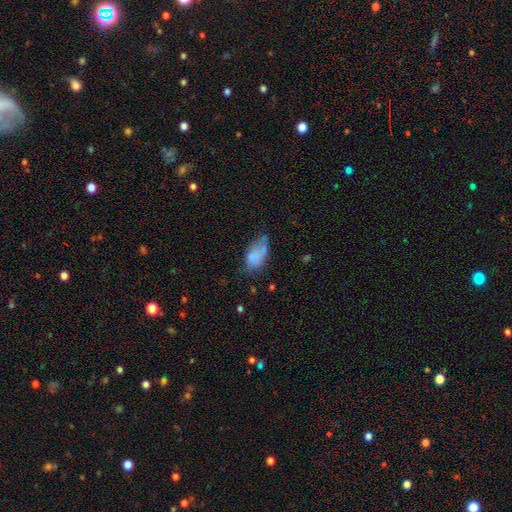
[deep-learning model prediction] Morphology: type=smooth (74%); roundness=in between (93%); merging=none (38%).